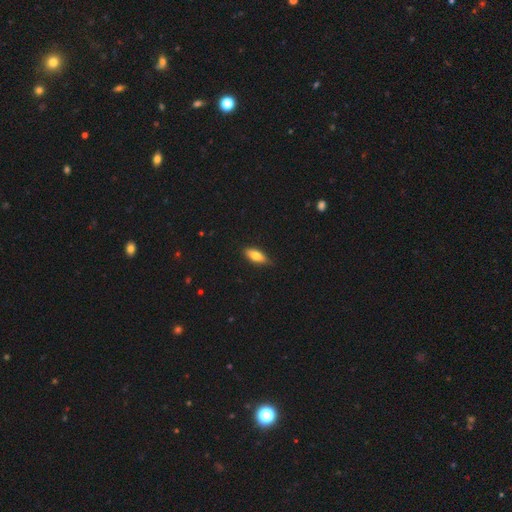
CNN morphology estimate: This appears to be a smooth galaxy with no disk features (73%) that is in between round and cigar-shaped (73%). Merging: none (83%).